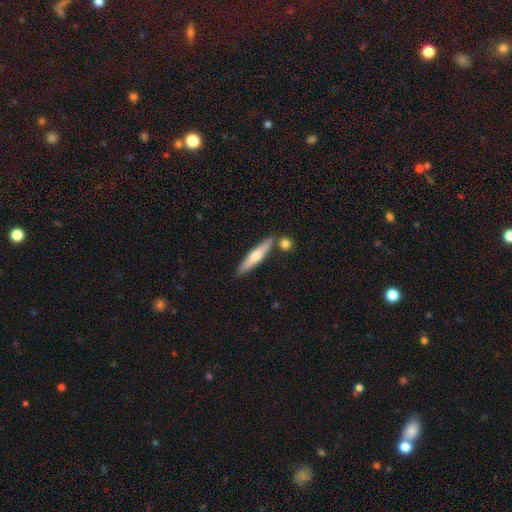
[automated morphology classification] smooth 50%, featured or disk 45%, star or artifact 5%. Down the decision tree: how rounded — cigar-shaped (89%); merging — none (79%).